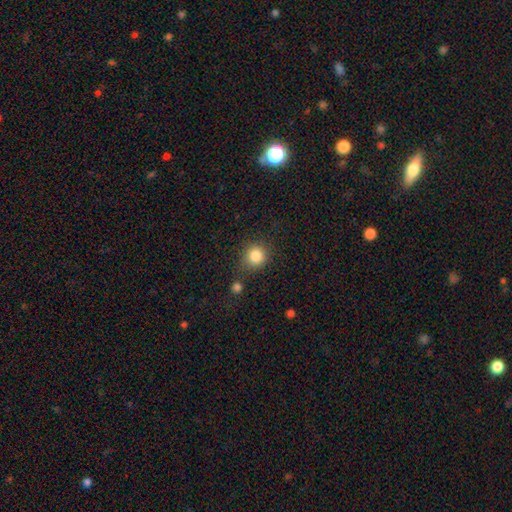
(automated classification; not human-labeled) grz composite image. It shows a smooth galaxy with no disk features (85%) that is round (89%). Merging: none (77%).